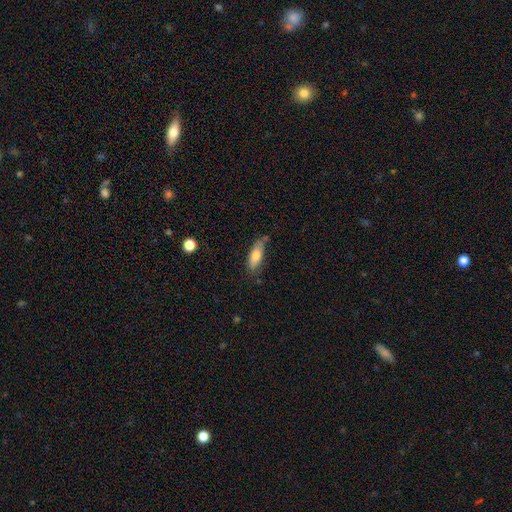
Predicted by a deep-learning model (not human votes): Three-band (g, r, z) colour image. It shows a smooth galaxy with no disk features (75%) that is in between round and cigar-shaped (59%). Merging: none (65%).